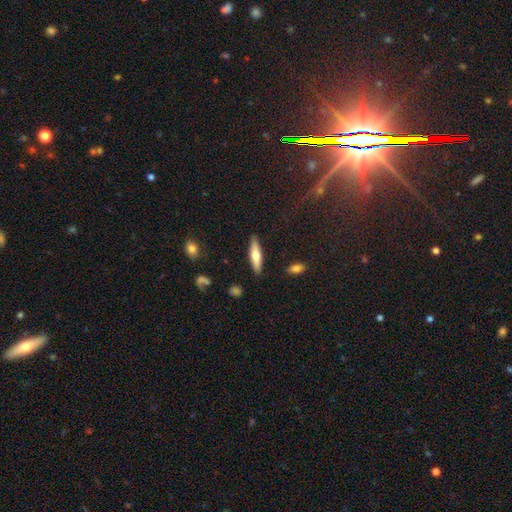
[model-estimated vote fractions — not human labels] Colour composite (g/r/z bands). It shows a smooth galaxy with no disk features (56%) that is cigar-shaped (74%). Merging: none (88%).